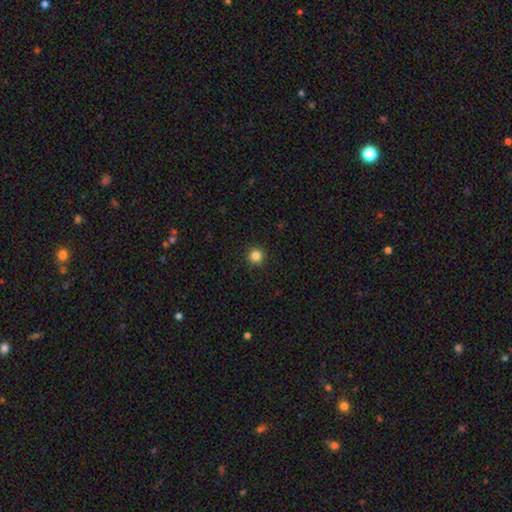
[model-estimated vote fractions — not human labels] A smooth galaxy with no disk features (84%) that is round (95%).

Vote fractions:
- Smooth or featured? smooth: 84% / star or artifact: 12% / featured or disk: 4%
- How rounded? round: 95% / in between: 4% / cigar-shaped: 1%
- Merging? none: 93% / minor disturbance: 5% / major disturbance: 2% / merger: 1%